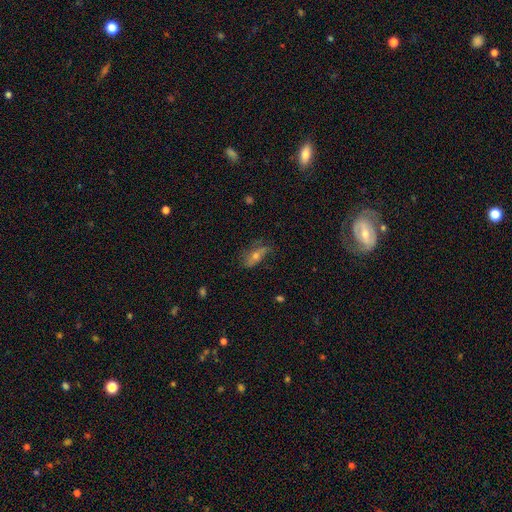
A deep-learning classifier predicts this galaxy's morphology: Smooth or featured? Predicted: featured or disk (p=0.47). Merging? Predicted: none (p=0.61).